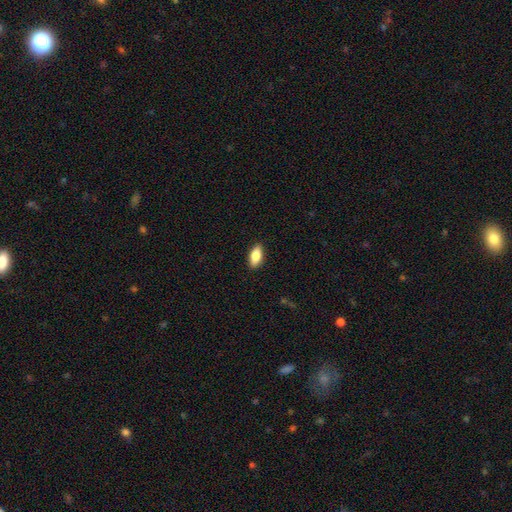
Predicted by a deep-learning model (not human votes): Overall: smooth (81%). How rounded: in between (86%). Merging: none (88%).